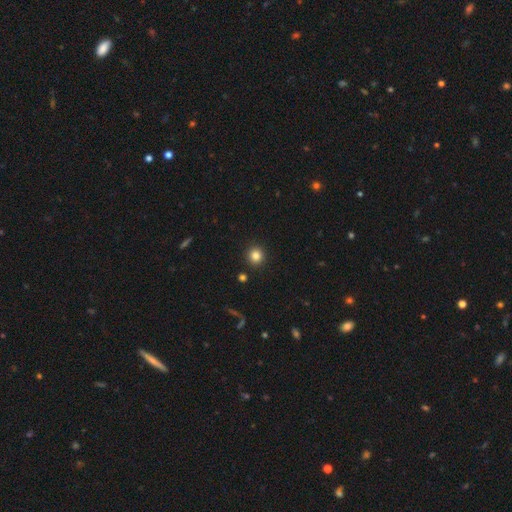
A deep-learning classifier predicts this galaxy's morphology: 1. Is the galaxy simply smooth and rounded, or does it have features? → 83% smooth, 11% star or artifact, 6% featured or disk.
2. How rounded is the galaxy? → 93% round, 6% in between, 1% cigar-shaped.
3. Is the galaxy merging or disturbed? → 92% none, 5% minor disturbance, 2% major disturbance, 2% merger.